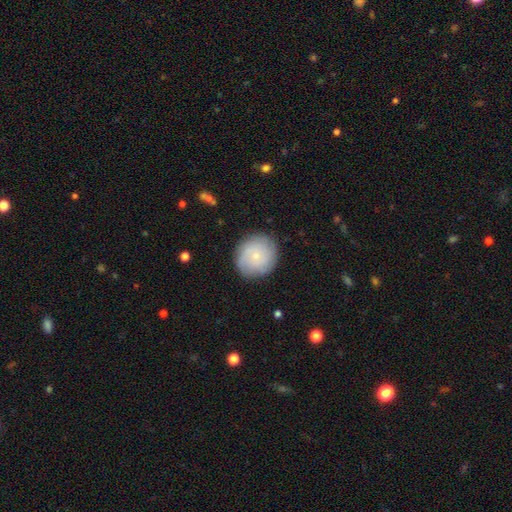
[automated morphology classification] Overall: smooth (58%; featured or disk 34%). How rounded: round (88%). Merging: none (84%).